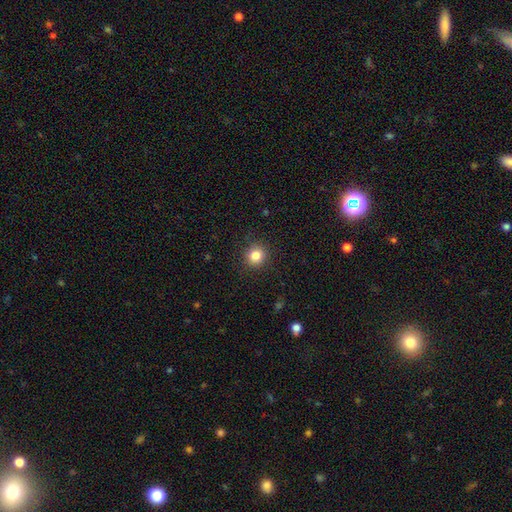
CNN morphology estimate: A smooth galaxy with no disk features (83%) that is round (91%). Merging: none (90%).